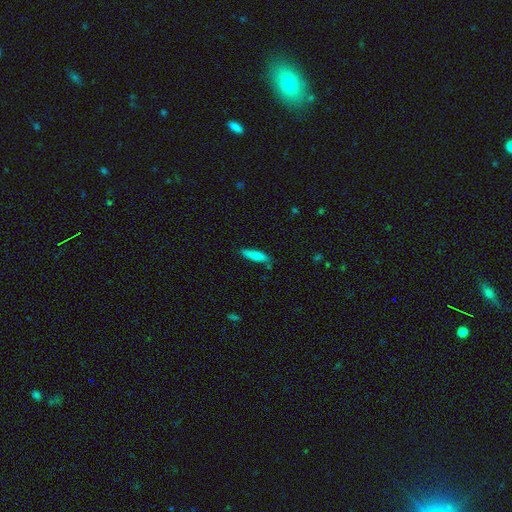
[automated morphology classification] Q: Smooth or featured?
A: smooth (83%); runner-up: featured or disk (10%)
Q: How rounded?
A: cigar-shaped (72%); runner-up: in between (27%)
Q: Merging?
A: none (75%); runner-up: minor disturbance (18%)